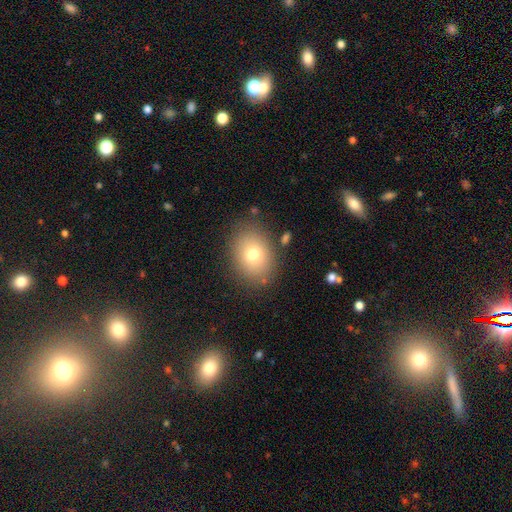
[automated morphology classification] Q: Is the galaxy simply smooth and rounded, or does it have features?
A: smooth — 73%.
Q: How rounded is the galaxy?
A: in between — 59%.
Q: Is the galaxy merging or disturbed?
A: none — 84%.